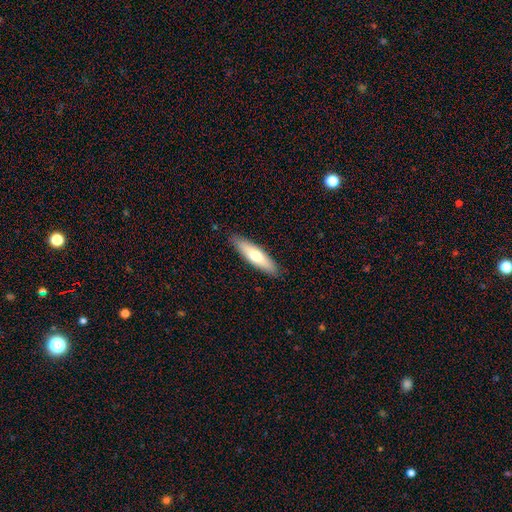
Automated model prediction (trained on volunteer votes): A smooth galaxy with no disk features (62%) that is cigar-shaped (69%).

Vote fractions:
- Smooth or featured? smooth: 62% / featured or disk: 32% / star or artifact: 5%
- How rounded? cigar-shaped: 69% / in between: 29% / round: 2%
- Merging? none: 89% / minor disturbance: 9% / major disturbance: 2% / merger: 1%